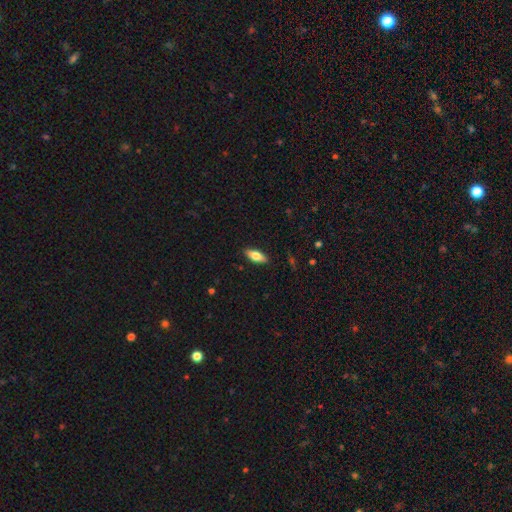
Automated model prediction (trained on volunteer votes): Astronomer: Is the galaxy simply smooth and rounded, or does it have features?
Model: smooth — 69%.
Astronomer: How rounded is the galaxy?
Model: in between — 75%.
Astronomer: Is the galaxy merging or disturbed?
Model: none — 89%.